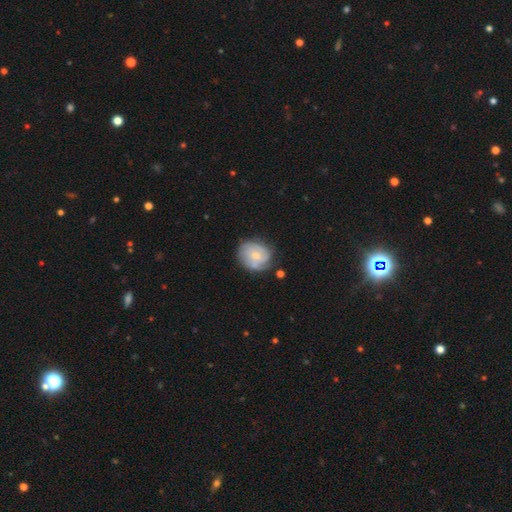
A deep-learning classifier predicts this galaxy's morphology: Q: Smooth or featured?
A: featured or disk (54%); runner-up: smooth (39%)
Q: Edge-on disk?
A: no (97%); runner-up: yes (3%)
Q: Bar?
A: no (72%); runner-up: weak (25%)
Q: Spiral arms?
A: yes (79%); runner-up: no (21%)
Q: Bulge size?
A: small (62%); runner-up: moderate (32%)
Q: Merging?
A: none (65%); runner-up: minor disturbance (23%)